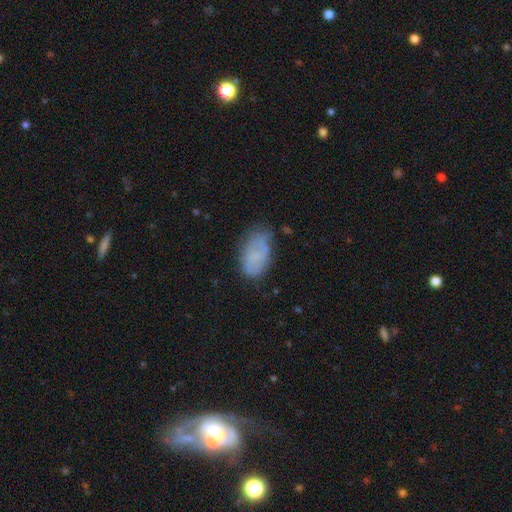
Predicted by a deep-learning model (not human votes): Morphology: type=smooth (64%); roundness=in between (93%); merging=none (54%).